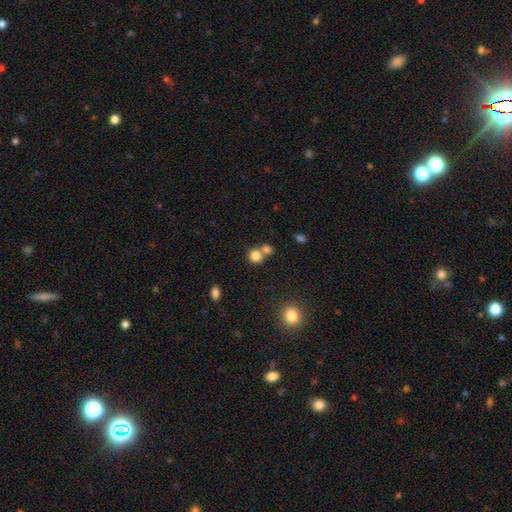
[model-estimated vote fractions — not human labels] Smooth or featured?
  - smooth: 81% *
  - star or artifact: 12%
  - featured or disk: 7%
How rounded?
  - round: 86% *
  - in between: 13%
  - cigar-shaped: 1%
Merging?
  - none: 52% *
  - merger: 38%
  - minor disturbance: 7%
  - major disturbance: 3%